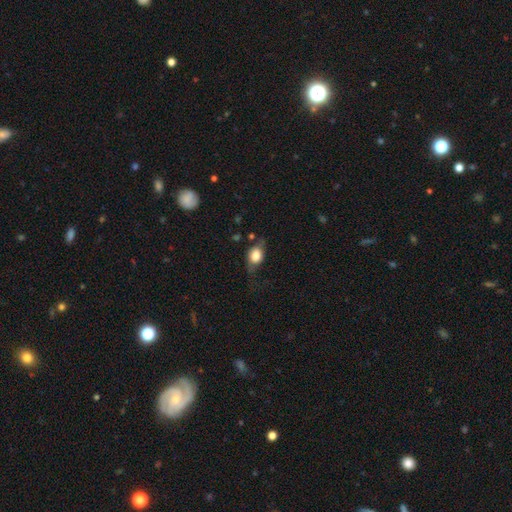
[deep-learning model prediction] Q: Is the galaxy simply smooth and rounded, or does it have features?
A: smooth — 65%.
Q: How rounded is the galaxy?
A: in between — 64%.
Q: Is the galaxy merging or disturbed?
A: none — 50%.